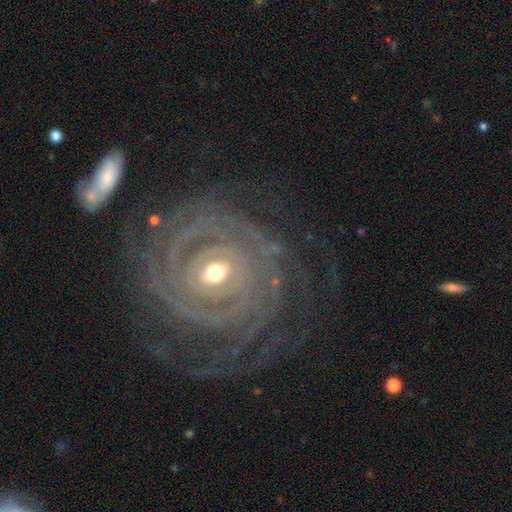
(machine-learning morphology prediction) Smooth or featured? featured or disk (91%)
Edge-on disk? no (97%)
Bar? no (46%)
Spiral arms? yes (98%)
Spiral winding? tight (87%)
Spiral arm count? can't tell (23%)
Bulge size? moderate (54%)
Merging? none (72%)